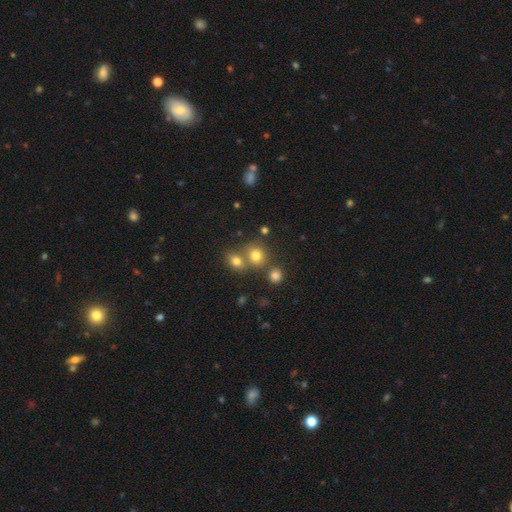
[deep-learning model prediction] Smooth or featured? Predicted: smooth (p=0.75). How rounded? Predicted: round (p=0.80). Merging? Predicted: none (p=0.56).